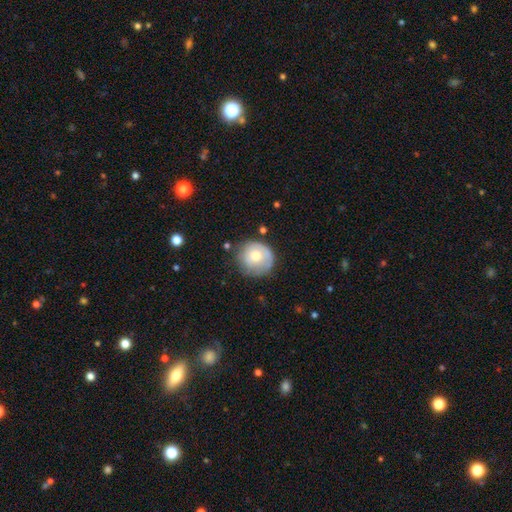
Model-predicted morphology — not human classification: This is likely a smooth galaxy (63%). How rounded: clearly round (90%). Merging: likely none (68%).